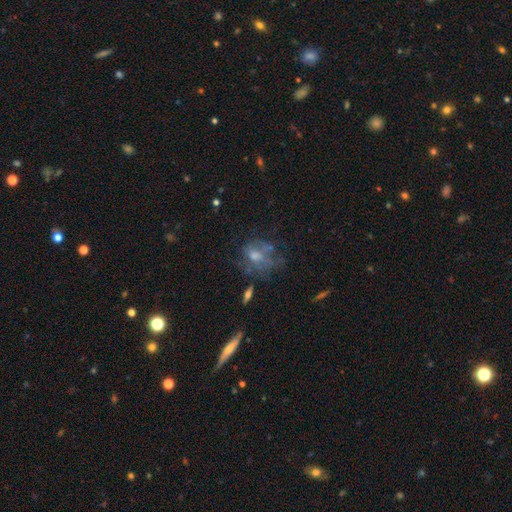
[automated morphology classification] A featured or disk galaxy (49%). Merging: none (47%).